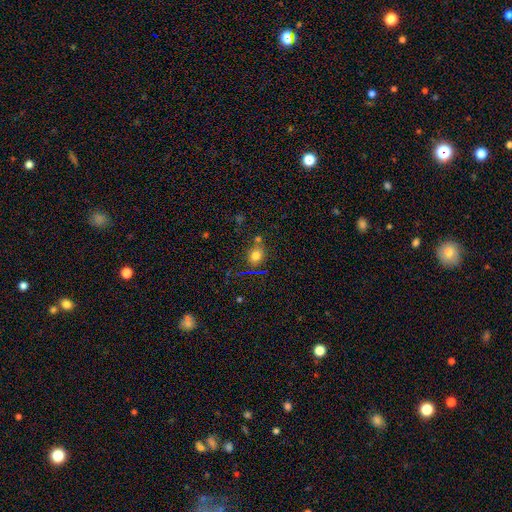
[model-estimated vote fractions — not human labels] Overall: smooth (73%). How rounded: round (72%). Merging: none (67%).